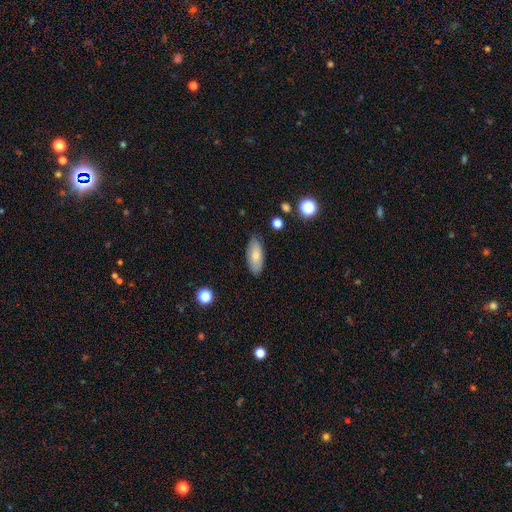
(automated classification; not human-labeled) A smooth galaxy with no disk features (74%) that is in between round and cigar-shaped (83%). Merging: none (83%).